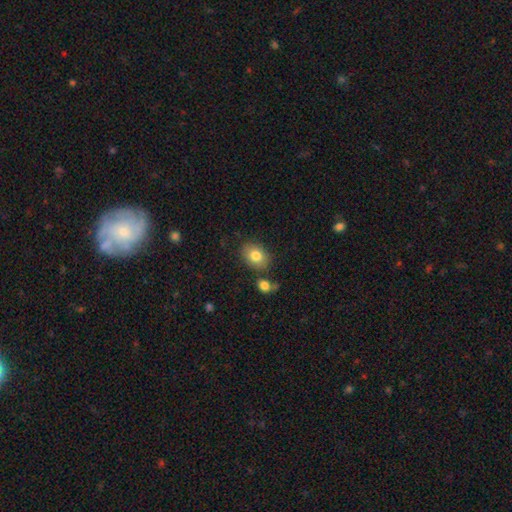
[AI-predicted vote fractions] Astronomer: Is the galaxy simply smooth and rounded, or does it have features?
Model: smooth — 81%.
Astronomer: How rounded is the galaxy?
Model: in between — 69%.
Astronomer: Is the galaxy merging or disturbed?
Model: none — 78%.